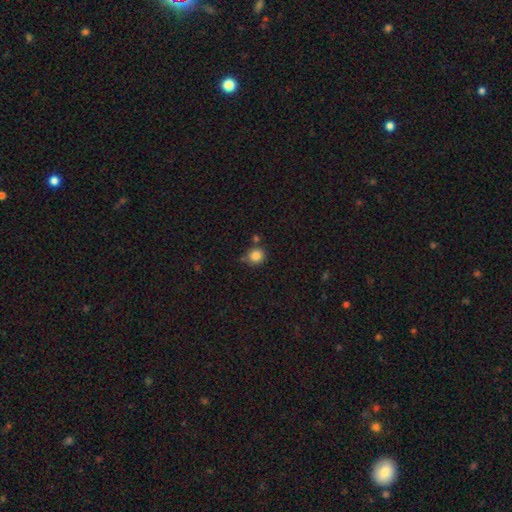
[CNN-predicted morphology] Overall: smooth (84%). How rounded: round (87%). Merging: none (72%).